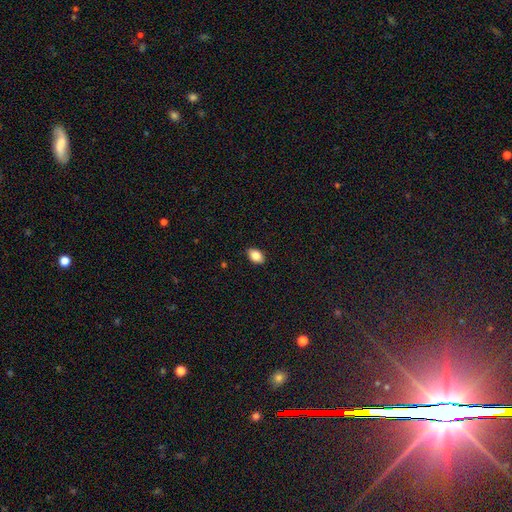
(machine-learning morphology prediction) Smooth or featured?
  - smooth: 84% *
  - star or artifact: 8%
  - featured or disk: 7%
How rounded?
  - in between: 85% *
  - round: 13%
  - cigar-shaped: 1%
Merging?
  - none: 88% *
  - minor disturbance: 10%
  - major disturbance: 2%
  - merger: 1%